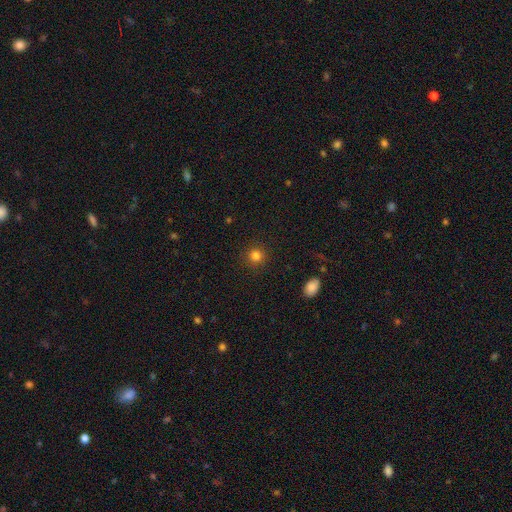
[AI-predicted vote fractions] Smooth or featured?
  - smooth: 82% *
  - star or artifact: 13%
  - featured or disk: 5%
How rounded?
  - round: 92% *
  - in between: 7%
  - cigar-shaped: 1%
Merging?
  - none: 89% *
  - minor disturbance: 7%
  - major disturbance: 3%
  - merger: 1%